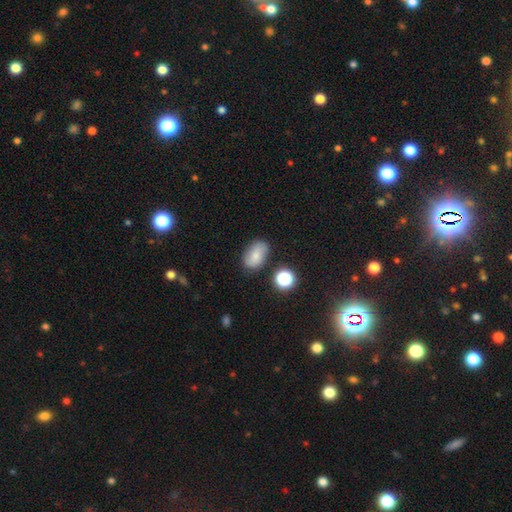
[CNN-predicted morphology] A smooth galaxy with no disk features (74%) that is in between round and cigar-shaped (86%).

Vote fractions:
- Smooth or featured? smooth: 74% / featured or disk: 15% / star or artifact: 11%
- How rounded? in between: 86% / round: 13% / cigar-shaped: 2%
- Merging? none: 75% / minor disturbance: 17% / major disturbance: 4% / merger: 4%